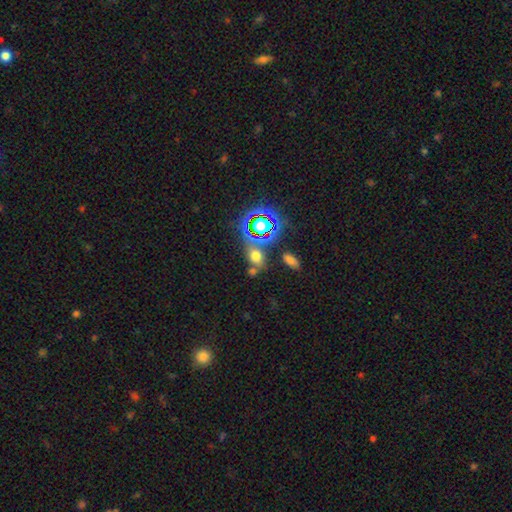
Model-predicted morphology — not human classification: Smooth or featured? Predicted: smooth (p=0.54). How rounded? Predicted: in between (p=0.60). Merging? Predicted: none (p=0.60).